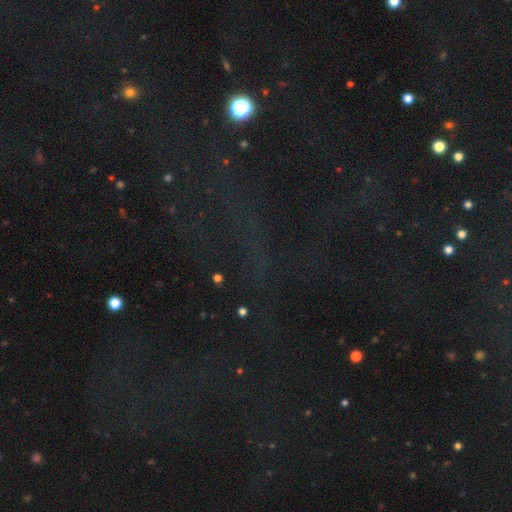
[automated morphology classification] A star or artifact, not a galaxy (72%).